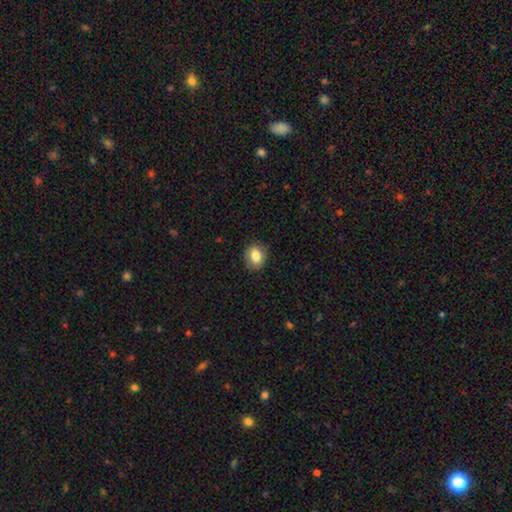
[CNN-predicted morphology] This is clearly a smooth galaxy (82%). How rounded: possibly in between (50%). Merging: clearly none (87%).